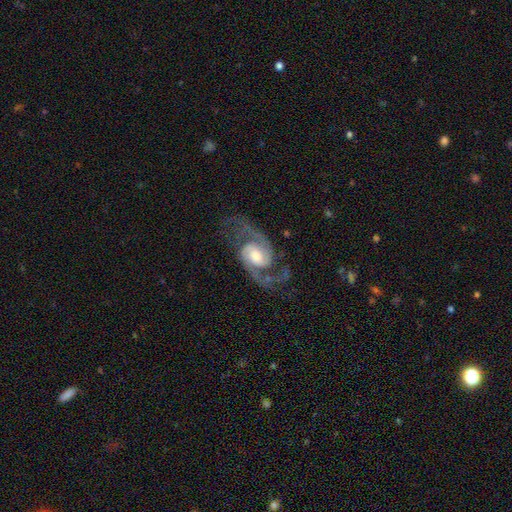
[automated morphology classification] Smooth or featured?
  - featured or disk: 93% *
  - star or artifact: 4%
  - smooth: 3%
Edge-on disk?
  - no: 98% *
  - yes: 2%
Bar?
  - no: 46% *
  - weak: 41%
  - strong: 13%
Spiral arms?
  - yes: 98% *
  - no: 2%
Spiral winding?
  - medium: 59% *
  - loose: 26%
  - tight: 16%
Spiral arm count?
  - 2: 93% *
  - 3: 2%
  - can't tell: 2%
  - 1: 1%
  - 4: 1%
  - more than 4: 1%
Bulge size?
  - moderate: 54% *
  - large: 22%
  - small: 19%
  - none: 3%
  - dominant: 2%
Merging?
  - none: 75% *
  - minor disturbance: 14%
  - major disturbance: 10%
  - merger: 1%